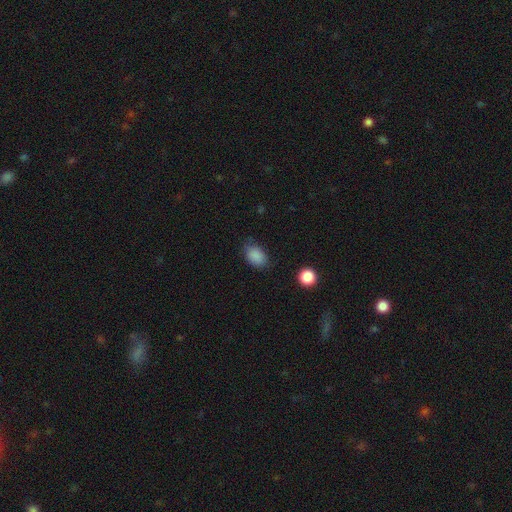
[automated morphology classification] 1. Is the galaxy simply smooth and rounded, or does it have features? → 87% smooth, 9% star or artifact, 4% featured or disk.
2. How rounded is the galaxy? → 81% in between, 18% round, 1% cigar-shaped.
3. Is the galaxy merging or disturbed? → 74% none, 20% minor disturbance, 5% major disturbance, 2% merger.